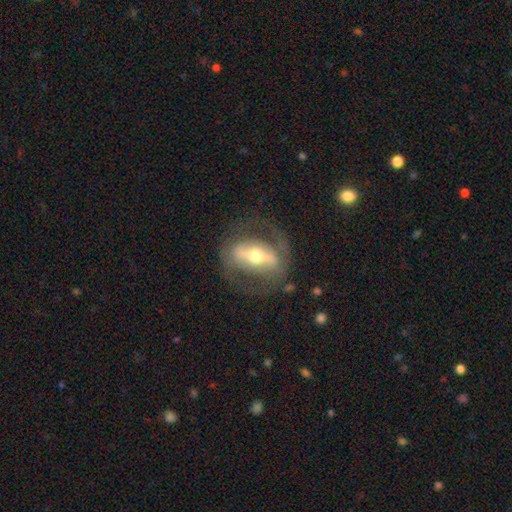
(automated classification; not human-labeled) A featured or disk galaxy (73%) with a strong bar (67%), no spiral arms (62%) and a moderate central bulge (66%).

Vote fractions:
- Smooth or featured? featured or disk: 73% / smooth: 21% / star or artifact: 6%
- Edge-on disk? no: 79% / yes: 21%
- Bar? strong: 67% / weak: 18% / no: 15%
- Spiral arms? no: 62% / yes: 38%
- Bulge size? moderate: 66% / small: 20% / large: 11% / dominant: 1% / none: 1%
- Merging? none: 71% / minor disturbance: 14% / major disturbance: 14% / merger: 2%